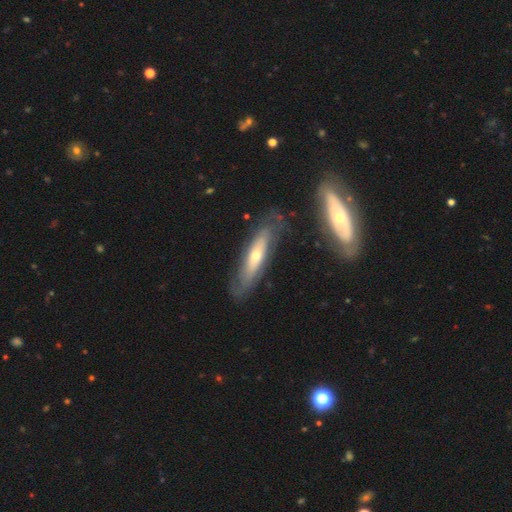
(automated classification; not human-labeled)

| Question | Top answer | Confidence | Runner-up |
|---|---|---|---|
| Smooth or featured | featured or disk | 59% | smooth (35%) |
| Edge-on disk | no | 51% | yes (49%) |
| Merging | none | 73% | minor disturbance (17%) |